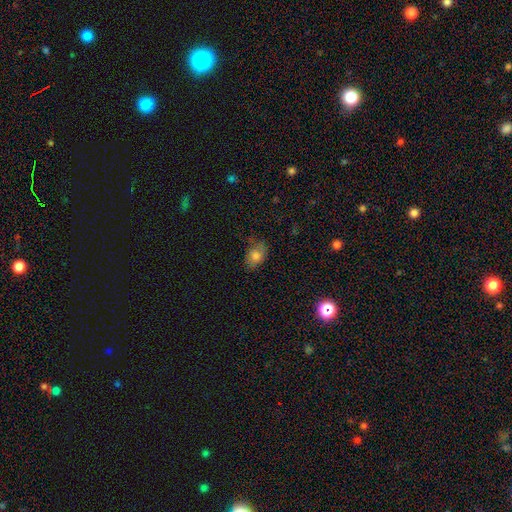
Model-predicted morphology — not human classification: Q: Smooth or featured?
A: smooth (77%); runner-up: featured or disk (12%)
Q: How rounded?
A: in between (77%); runner-up: round (21%)
Q: Merging?
A: none (69%); runner-up: minor disturbance (24%)